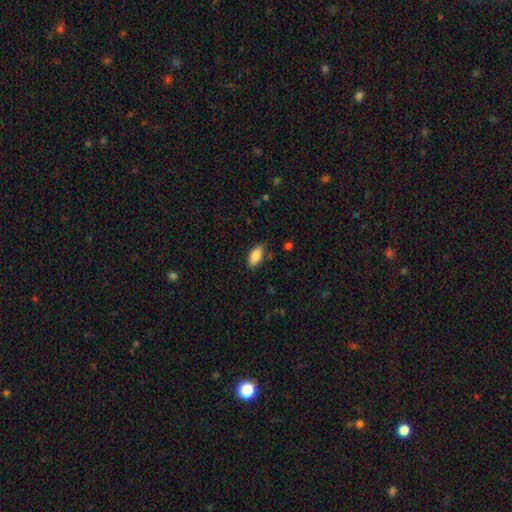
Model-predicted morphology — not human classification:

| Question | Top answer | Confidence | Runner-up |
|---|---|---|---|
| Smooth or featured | smooth | 86% | star or artifact (7%) |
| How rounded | in between | 92% | cigar-shaped (4%) |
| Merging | none | 79% | minor disturbance (16%) |